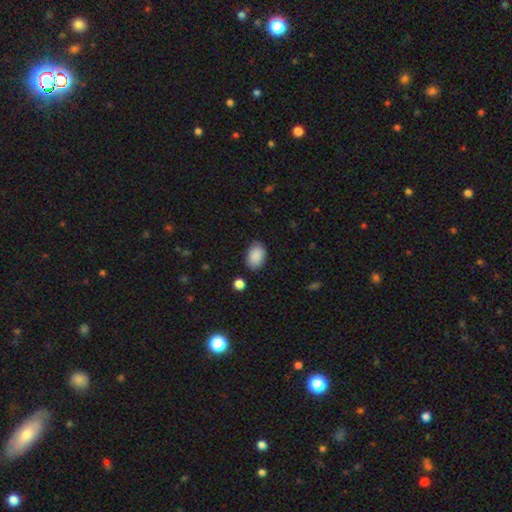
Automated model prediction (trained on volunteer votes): Smooth or featured?
  - smooth: 89% *
  - star or artifact: 7%
  - featured or disk: 4%
How rounded?
  - in between: 84% *
  - round: 15%
  - cigar-shaped: 1%
Merging?
  - none: 81% *
  - minor disturbance: 14%
  - major disturbance: 3%
  - merger: 2%